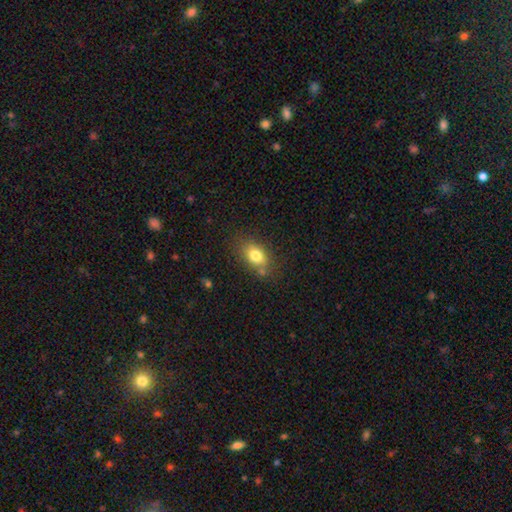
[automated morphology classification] Smooth or featured: smooth — 79% (featured or disk — 11%)
How rounded: in between — 77% (round — 21%)
Merging: none — 72% (minor disturbance — 17%)